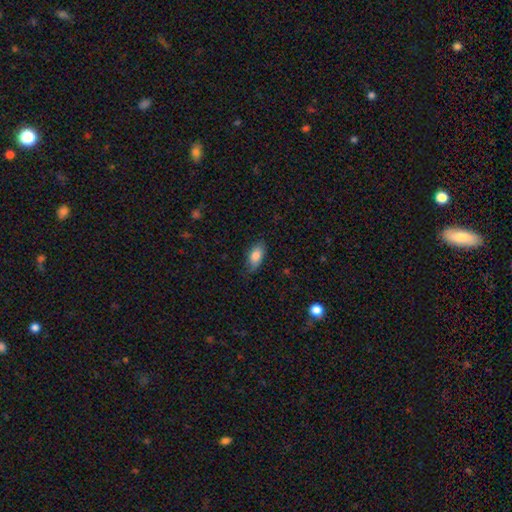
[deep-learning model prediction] Q: Smooth or featured?
A: smooth (83%); runner-up: featured or disk (10%)
Q: How rounded?
A: in between (90%); runner-up: cigar-shaped (6%)
Q: Merging?
A: none (76%); runner-up: minor disturbance (19%)